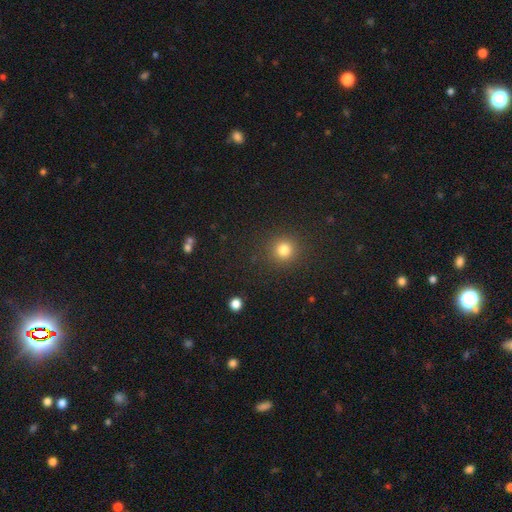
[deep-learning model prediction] A smooth galaxy with no disk features (59%) that is round (93%).

Vote fractions:
- Smooth or featured? smooth: 59% / star or artifact: 36% / featured or disk: 5%
- How rounded? round: 93% / in between: 6% / cigar-shaped: 1%
- Merging? none: 91% / minor disturbance: 6% / major disturbance: 2% / merger: 2%